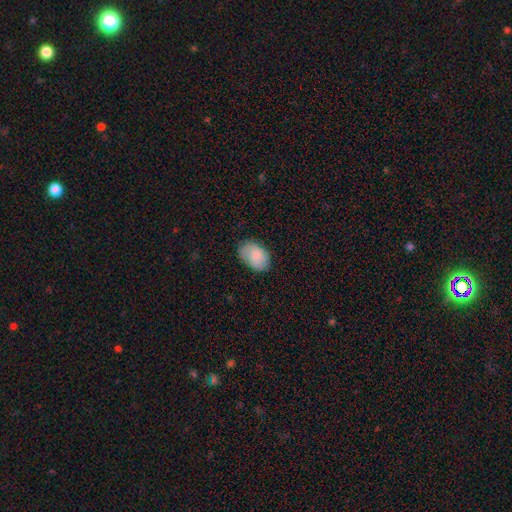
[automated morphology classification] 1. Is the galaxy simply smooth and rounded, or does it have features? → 80% smooth, 13% featured or disk, 7% star or artifact.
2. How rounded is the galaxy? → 85% in between, 14% round, 1% cigar-shaped.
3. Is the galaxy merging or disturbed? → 67% none, 25% minor disturbance, 6% major disturbance, 1% merger.